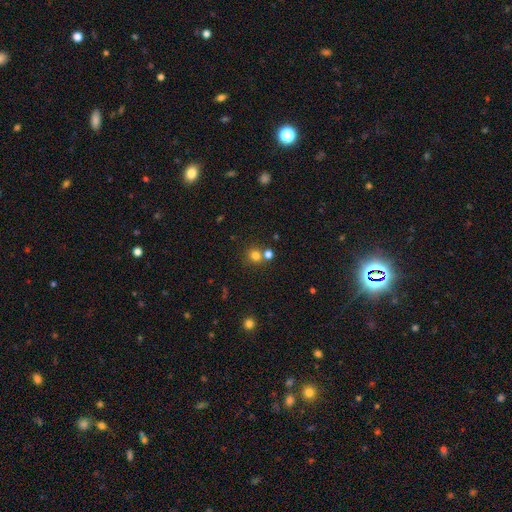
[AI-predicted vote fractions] Q: Smooth or featured?
A: smooth (76%); runner-up: star or artifact (17%)
Q: How rounded?
A: round (88%); runner-up: in between (11%)
Q: Merging?
A: none (61%); runner-up: merger (29%)